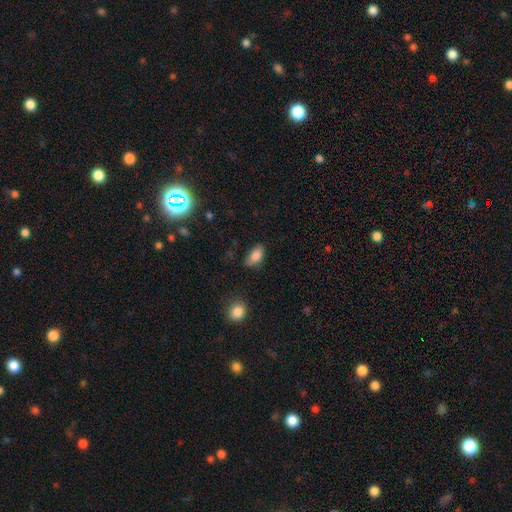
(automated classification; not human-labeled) The model was most divided on "merging": none: 67%, minor disturbance: 26%, major disturbance: 5%, merger: 2%. More confident: how rounded — in between (91%); smooth or featured — smooth (85%).